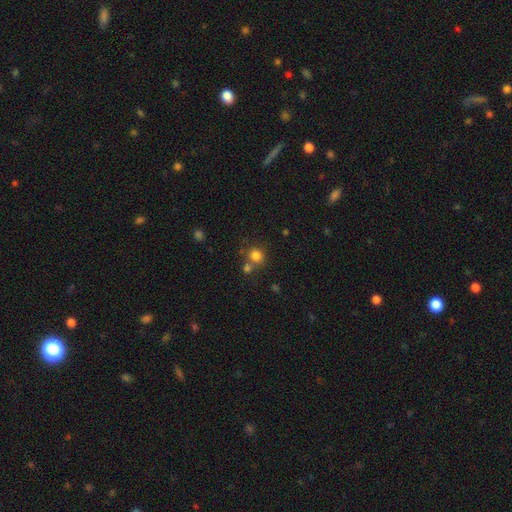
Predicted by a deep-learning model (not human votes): smooth-or-featured: smooth: 80% | star or artifact: 13% | featured or disk: 7%
  how-rounded: round: 86% | in between: 13% | cigar-shaped: 1%
  merging: none: 61% | merger: 26% | minor disturbance: 9% | major disturbance: 4%